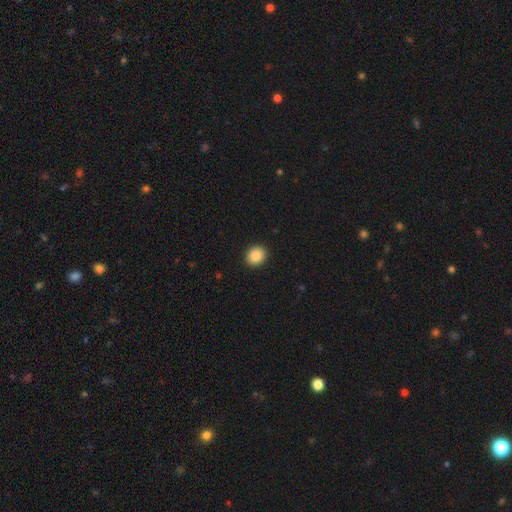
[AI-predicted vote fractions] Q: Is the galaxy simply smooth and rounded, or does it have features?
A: smooth — 86%.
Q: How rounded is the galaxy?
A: round — 64%.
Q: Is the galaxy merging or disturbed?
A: none — 92%.